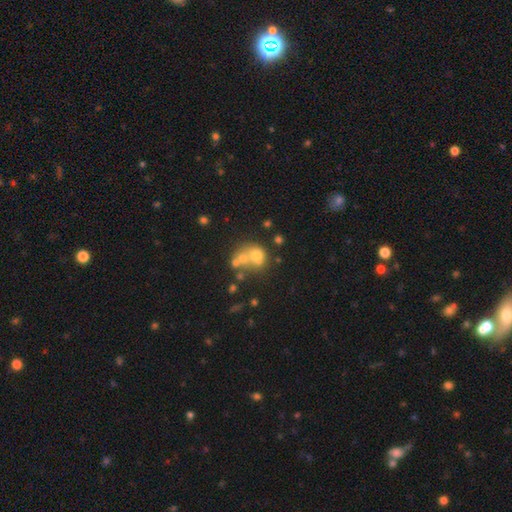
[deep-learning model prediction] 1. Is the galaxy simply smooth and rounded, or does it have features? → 55% smooth, 29% featured or disk, 16% star or artifact.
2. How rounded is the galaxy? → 65% round, 34% in between, 1% cigar-shaped.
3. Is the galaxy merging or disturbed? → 50% merger, 31% none, 10% minor disturbance, 8% major disturbance.